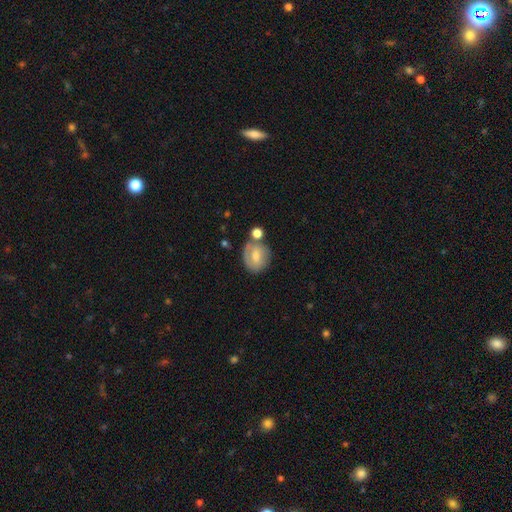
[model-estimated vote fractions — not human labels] Smooth or featured? Predicted: smooth (p=0.56). How rounded? Predicted: round (p=0.62). Merging? Predicted: none (p=0.55).